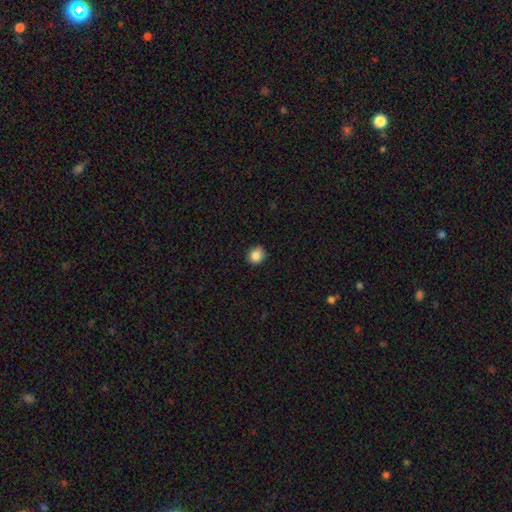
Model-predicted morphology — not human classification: smooth-or-featured: smooth: 86% | star or artifact: 10% | featured or disk: 4%
  how-rounded: round: 81% | in between: 18% | cigar-shaped: 1%
  merging: none: 82% | minor disturbance: 14% | major disturbance: 2% | merger: 1%